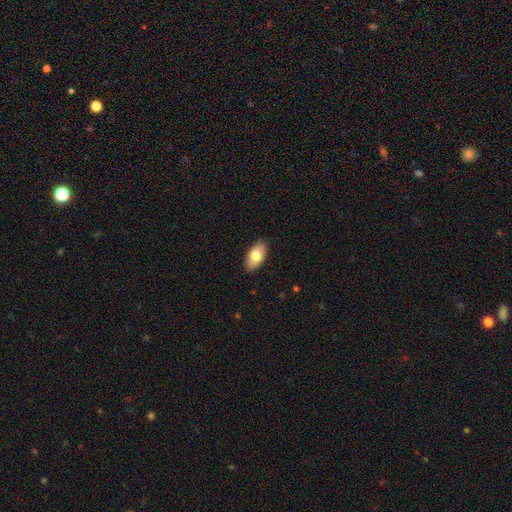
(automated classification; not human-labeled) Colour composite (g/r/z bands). It shows a smooth galaxy with no disk features (80%) that is in between round and cigar-shaped (92%). Merging: none (88%).